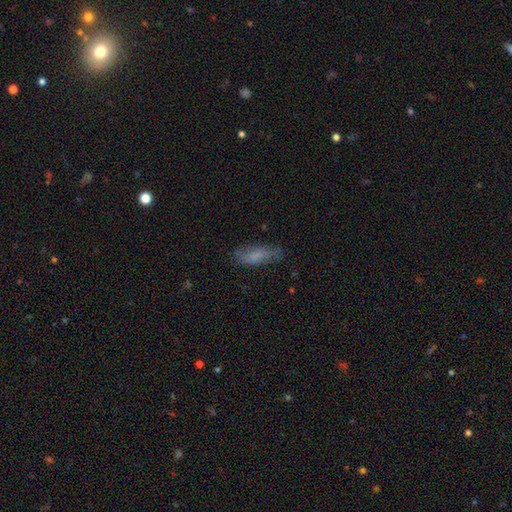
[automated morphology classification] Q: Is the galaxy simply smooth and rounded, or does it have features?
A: smooth — 68%.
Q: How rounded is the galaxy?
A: in between — 58%.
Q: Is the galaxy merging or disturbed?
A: none — 65%.